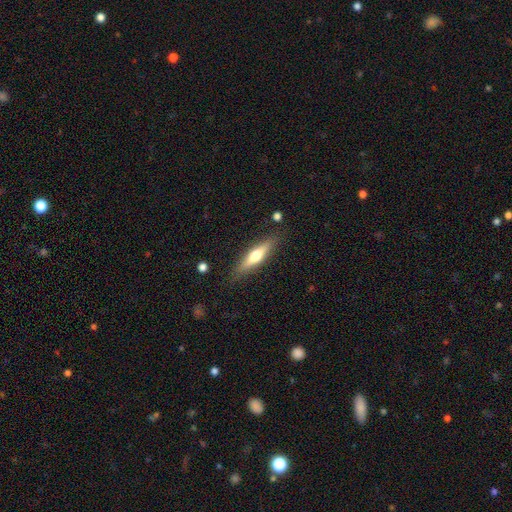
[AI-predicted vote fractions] Smooth or featured? Predicted: featured or disk (p=0.49). Merging? Predicted: none (p=0.85).